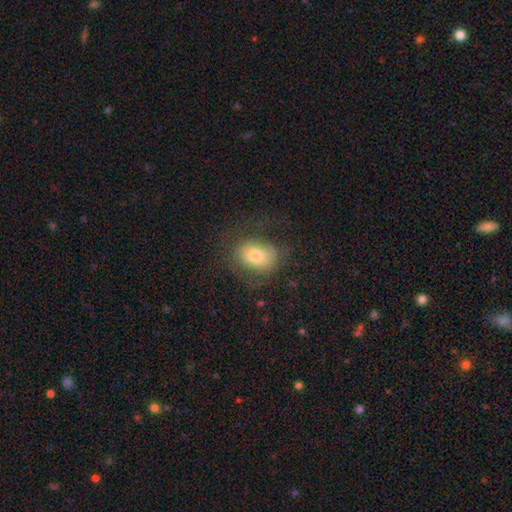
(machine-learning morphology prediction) smooth 70%, featured or disk 21%, star or artifact 9%. Down the decision tree: how rounded — in between (61%); merging — none (62%).